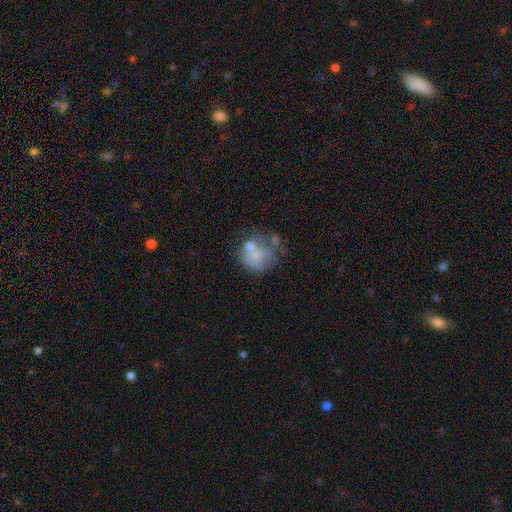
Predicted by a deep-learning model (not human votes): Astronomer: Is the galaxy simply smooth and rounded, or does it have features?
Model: smooth — 59%.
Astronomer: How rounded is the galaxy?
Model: round — 76%.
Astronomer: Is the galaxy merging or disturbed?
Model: none — 37% (runner-up: merger, 23%).